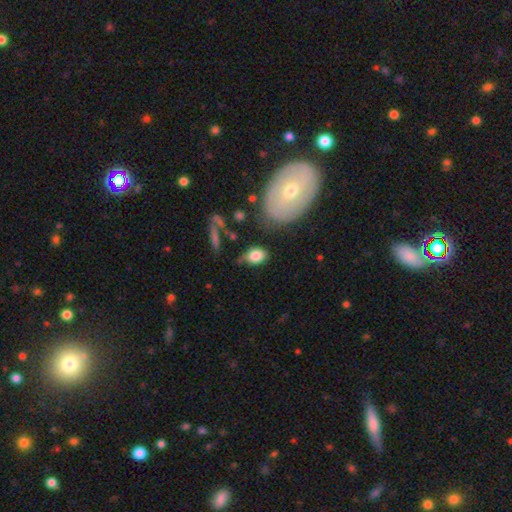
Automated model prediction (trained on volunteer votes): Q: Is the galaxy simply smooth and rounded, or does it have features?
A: smooth — 78%.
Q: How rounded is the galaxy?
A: in between — 78%.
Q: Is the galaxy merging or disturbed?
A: none — 44%.